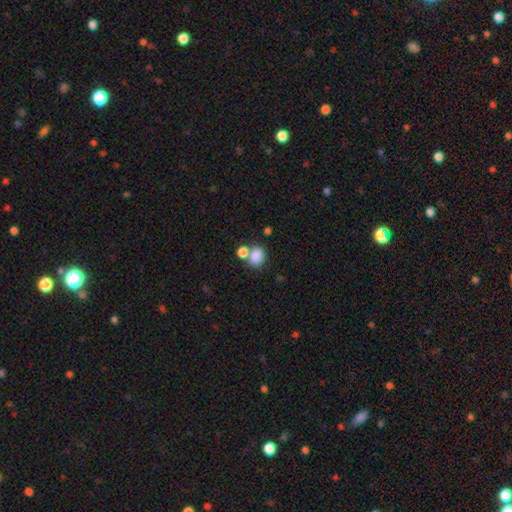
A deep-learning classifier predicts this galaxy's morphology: smooth 83%, star or artifact 10%, featured or disk 7%. Down the decision tree: how rounded — round (52%); merging — none (48%).